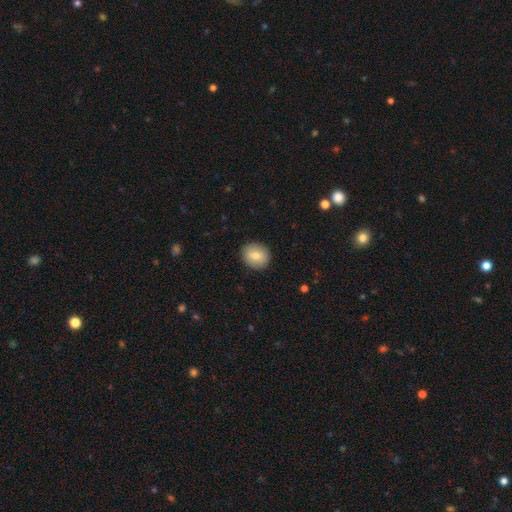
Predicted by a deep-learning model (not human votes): Overall: smooth (78%). How rounded: round (78%). Merging: none (90%).